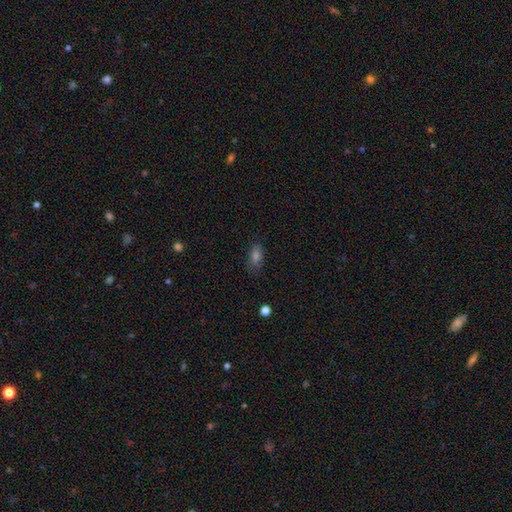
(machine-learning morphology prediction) smooth-or-featured: smooth: 65% | star or artifact: 21% | featured or disk: 15%
  how-rounded: in between: 80% | cigar-shaped: 10% | round: 9%
  merging: none: 81% | minor disturbance: 14% | major disturbance: 4% | merger: 1%